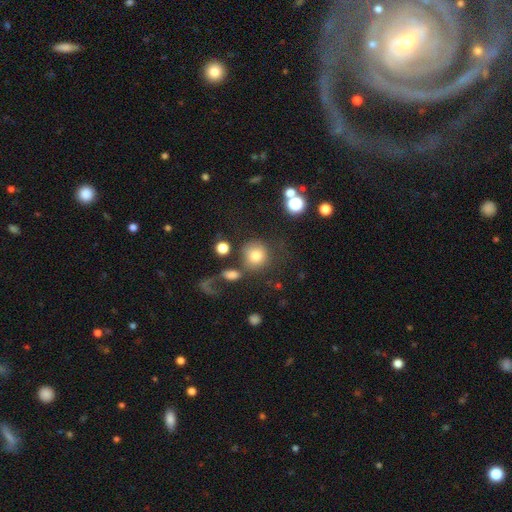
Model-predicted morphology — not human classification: Smooth or featured?
  - smooth: 76% *
  - star or artifact: 12%
  - featured or disk: 12%
How rounded?
  - round: 87% *
  - in between: 11%
  - cigar-shaped: 1%
Merging?
  - none: 54% *
  - merger: 16%
  - minor disturbance: 15%
  - major disturbance: 15%